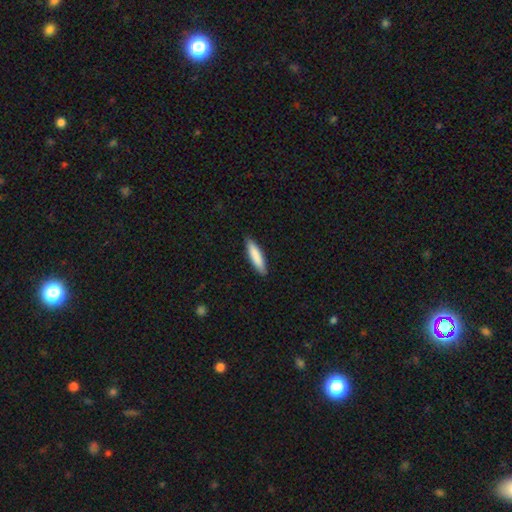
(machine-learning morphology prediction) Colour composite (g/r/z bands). It shows a smooth galaxy with no disk features (85%) that is cigar-shaped (79%). Merging: none (89%).